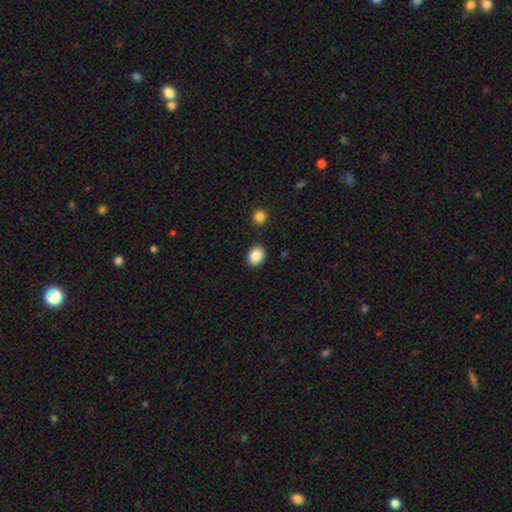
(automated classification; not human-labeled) smooth-or-featured: smooth: 87% | star or artifact: 8% | featured or disk: 5%
  how-rounded: in between: 61% | round: 38% | cigar-shaped: 1%
  merging: none: 88% | minor disturbance: 7% | merger: 2% | major disturbance: 2%